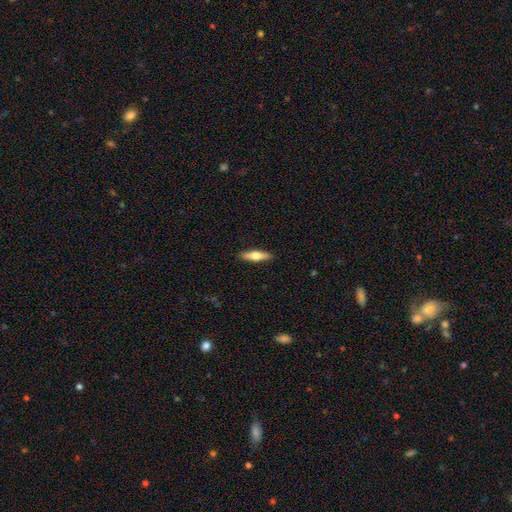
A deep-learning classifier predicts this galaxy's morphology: A smooth galaxy with no disk features (56%) that is cigar-shaped (68%). Merging: none (90%).